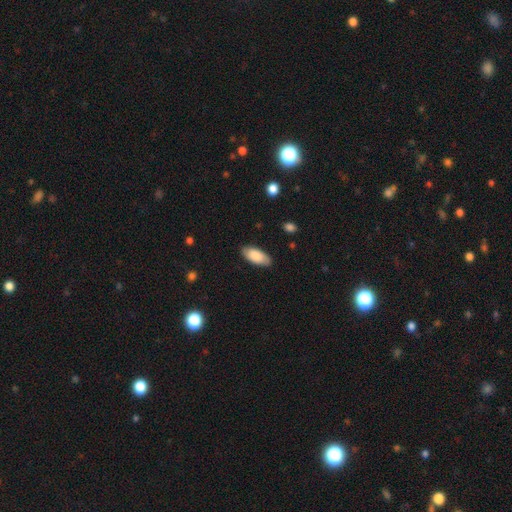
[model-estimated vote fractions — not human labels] Smooth or featured: smooth — 84% (featured or disk — 10%)
How rounded: in between — 89% (cigar-shaped — 9%)
Merging: none — 84% (minor disturbance — 12%)